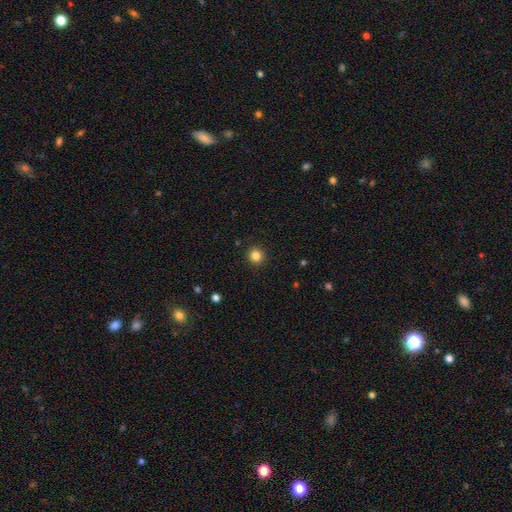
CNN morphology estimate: Smooth or featured? Predicted: smooth (p=0.83). How rounded? Predicted: round (p=0.94). Merging? Predicted: none (p=0.93).